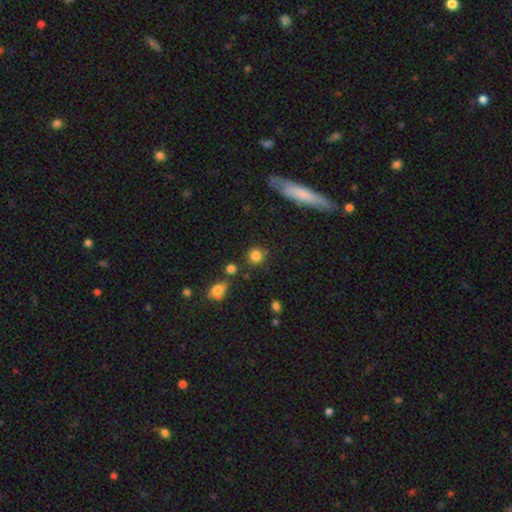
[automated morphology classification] Overall: smooth (83%). How rounded: round (88%). Merging: none (81%).